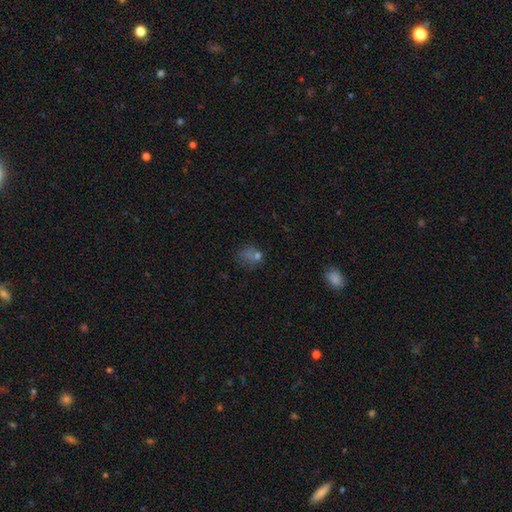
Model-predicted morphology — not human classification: type=smooth (54%); roundness=round (63%); merging=none (51%).